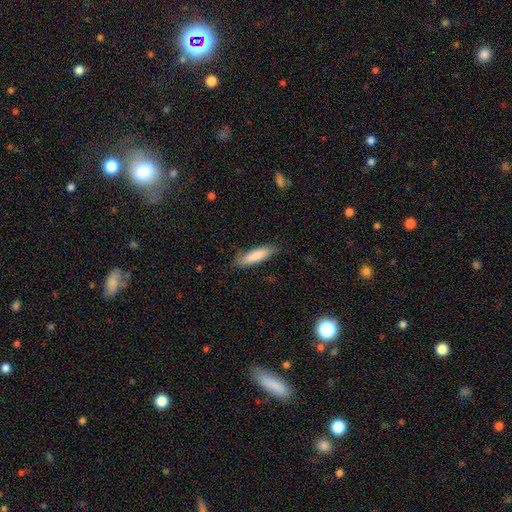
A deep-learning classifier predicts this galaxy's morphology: smooth-or-featured: smooth: 84% | featured or disk: 10% | star or artifact: 5%
  how-rounded: cigar-shaped: 66% | in between: 33% | round: 1%
  merging: none: 81% | minor disturbance: 15% | major disturbance: 3% | merger: 1%